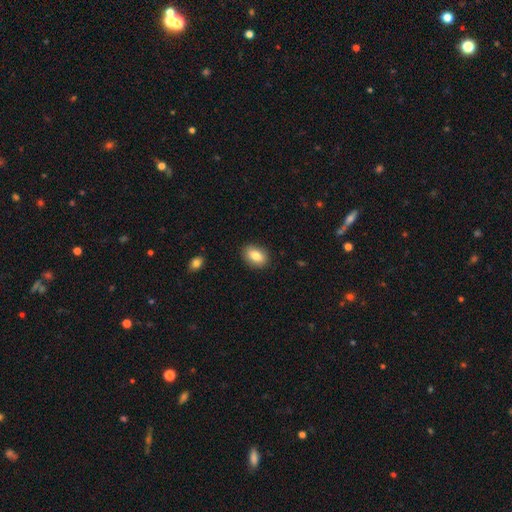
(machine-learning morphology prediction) smooth 83%, featured or disk 9%, star or artifact 8%. Down the decision tree: how rounded — in between (84%); merging — none (87%).